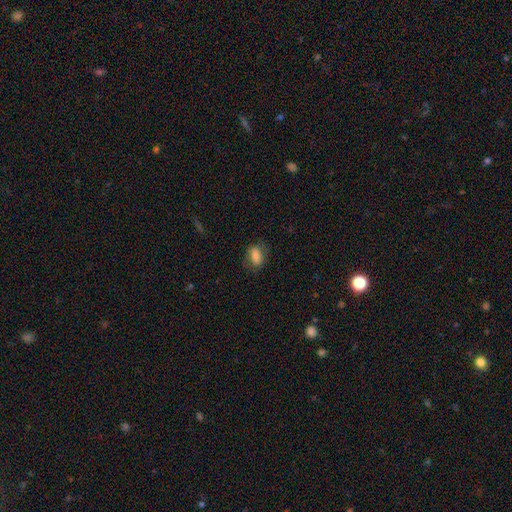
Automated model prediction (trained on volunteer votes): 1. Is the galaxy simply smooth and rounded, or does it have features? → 76% smooth, 16% featured or disk, 8% star or artifact.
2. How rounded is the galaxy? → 83% in between, 10% round, 6% cigar-shaped.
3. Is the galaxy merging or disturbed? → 72% none, 19% minor disturbance, 8% major disturbance, 1% merger.